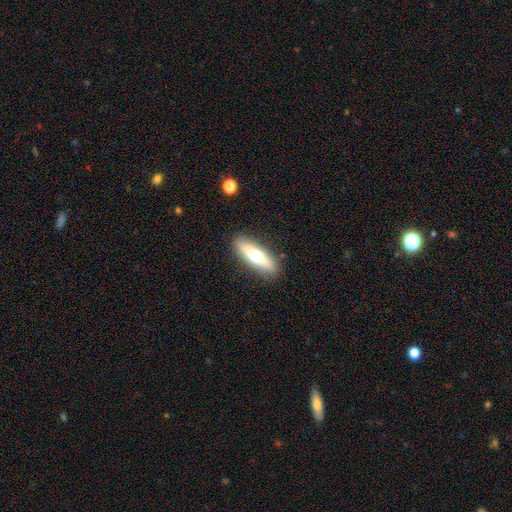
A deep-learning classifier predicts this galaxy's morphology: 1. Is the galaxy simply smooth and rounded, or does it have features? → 60% smooth, 35% featured or disk, 6% star or artifact.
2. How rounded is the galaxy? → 59% cigar-shaped, 39% in between, 2% round.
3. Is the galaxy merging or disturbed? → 87% none, 9% minor disturbance, 2% major disturbance, 1% merger.